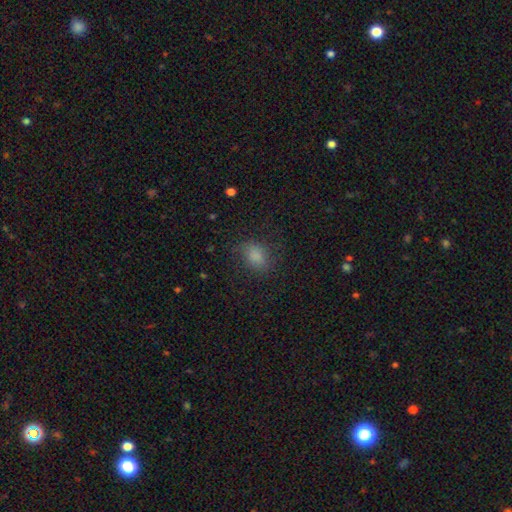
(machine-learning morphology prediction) A smooth galaxy with no disk features (76%) that is in between round and cigar-shaped (65%).

Vote fractions:
- Smooth or featured? smooth: 76% / star or artifact: 12% / featured or disk: 11%
- How rounded? in between: 65% / round: 33% / cigar-shaped: 2%
- Merging? none: 69% / minor disturbance: 19% / major disturbance: 11% / merger: 1%